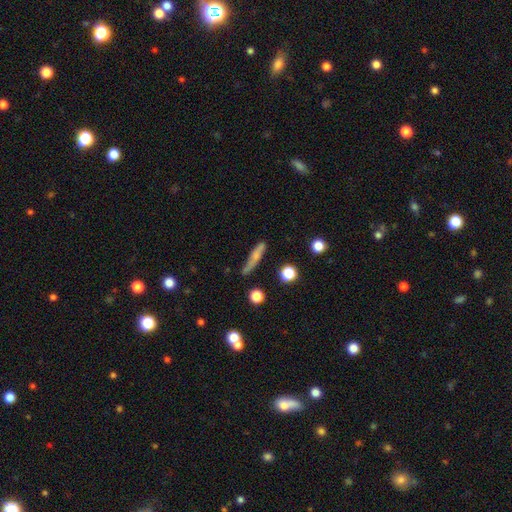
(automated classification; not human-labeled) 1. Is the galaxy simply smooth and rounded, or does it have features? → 62% smooth, 29% featured or disk, 9% star or artifact.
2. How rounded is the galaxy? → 85% cigar-shaped, 11% in between, 4% round.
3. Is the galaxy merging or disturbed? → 68% none, 22% minor disturbance, 6% major disturbance, 5% merger.